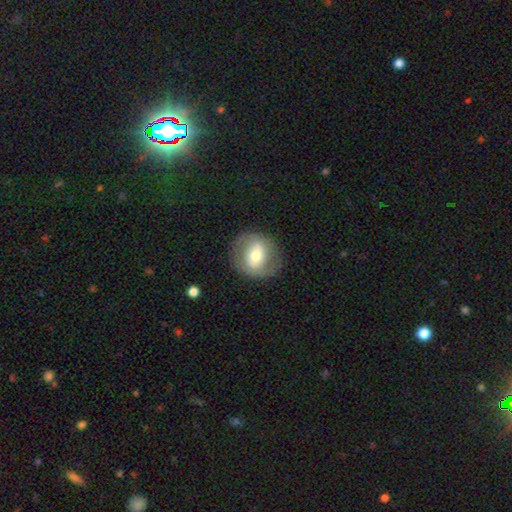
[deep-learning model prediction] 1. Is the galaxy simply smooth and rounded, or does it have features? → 50% smooth, 43% featured or disk, 7% star or artifact.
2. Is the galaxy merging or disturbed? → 81% none, 11% minor disturbance, 6% major disturbance, 1% merger.